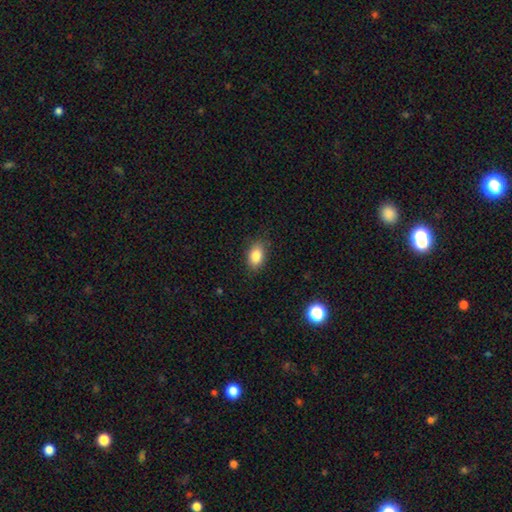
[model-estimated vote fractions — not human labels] Q: Smooth or featured?
A: smooth (85%); runner-up: star or artifact (8%)
Q: How rounded?
A: in between (88%); runner-up: round (10%)
Q: Merging?
A: none (84%); runner-up: minor disturbance (12%)